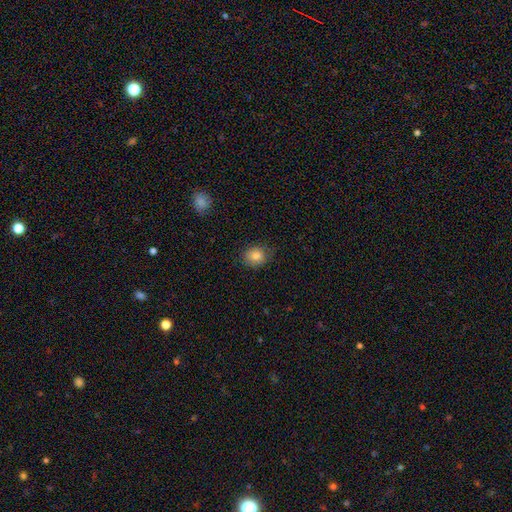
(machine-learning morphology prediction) Smooth or featured? Predicted: smooth (p=0.83). How rounded? Predicted: round (p=0.64). Merging? Predicted: none (p=0.80).